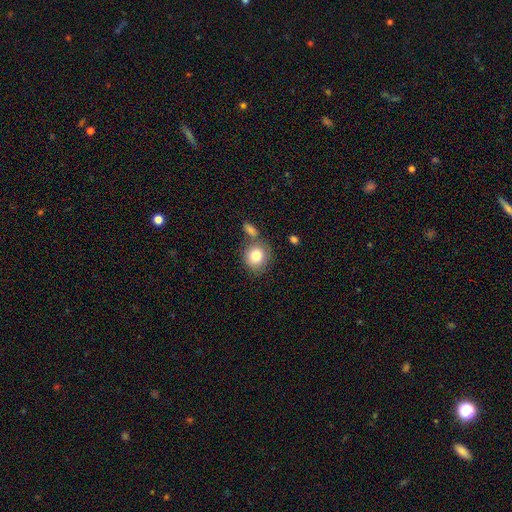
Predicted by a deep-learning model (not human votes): This appears to be a smooth galaxy with no disk features (81%) that is round (82%). Merging: none (64%).